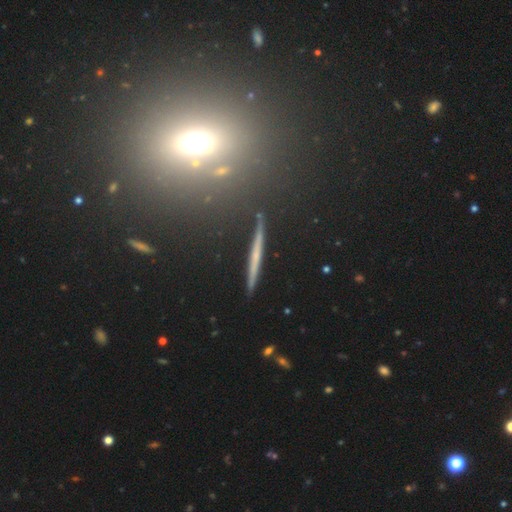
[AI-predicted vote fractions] Smooth or featured?
  - featured or disk: 57% *
  - smooth: 28%
  - star or artifact: 15%
Edge-on disk?
  - yes: 95% *
  - no: 5%
Edge-on bulge?
  - none: 71% *
  - rounded: 21%
  - boxy: 7%
Merging?
  - none: 89% *
  - minor disturbance: 8%
  - merger: 2%
  - major disturbance: 2%